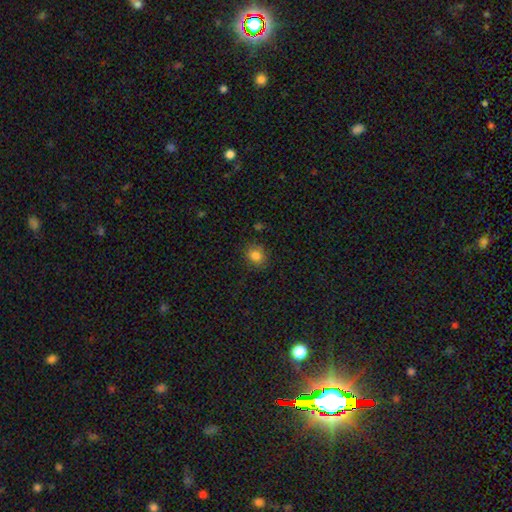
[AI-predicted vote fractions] smooth-or-featured: smooth: 83% | star or artifact: 11% | featured or disk: 6%
  how-rounded: round: 69% | in between: 30% | cigar-shaped: 1%
  merging: none: 85% | minor disturbance: 11% | major disturbance: 3% | merger: 2%